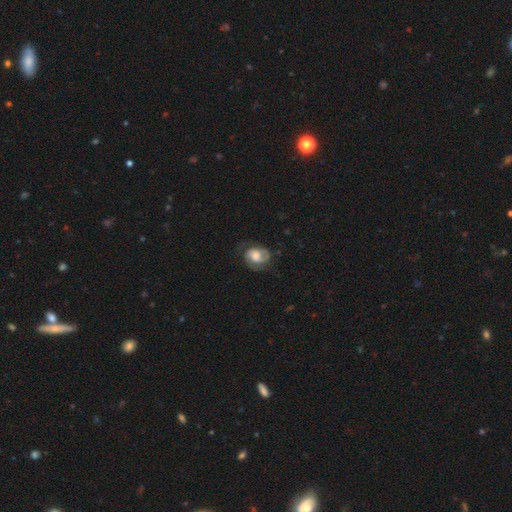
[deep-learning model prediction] Smooth or featured? featured or disk (50%)
Edge-on disk? no (97%)
Merging? none (53%)